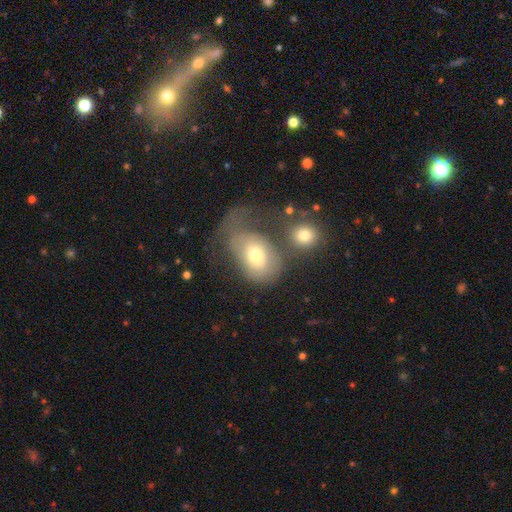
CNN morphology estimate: Q: Smooth or featured?
A: smooth (59%); runner-up: featured or disk (32%)
Q: How rounded?
A: in between (69%); runner-up: round (30%)
Q: Merging?
A: major disturbance (40%); runner-up: merger (24%)